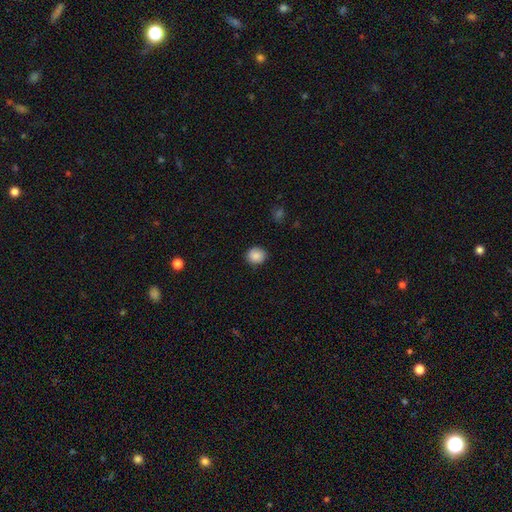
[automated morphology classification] smooth-or-featured: smooth: 87% | star or artifact: 9% | featured or disk: 4%
  how-rounded: round: 82% | in between: 17% | cigar-shaped: 1%
  merging: none: 88% | minor disturbance: 9% | major disturbance: 2% | merger: 1%